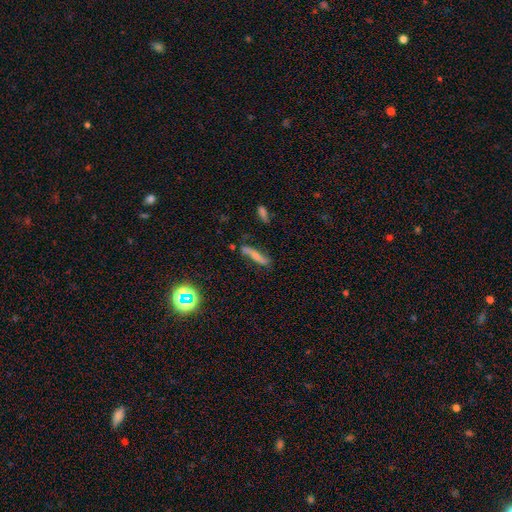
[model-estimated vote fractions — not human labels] Morphology: type=smooth (51%); roundness=cigar-shaped (82%); merging=none (65%).